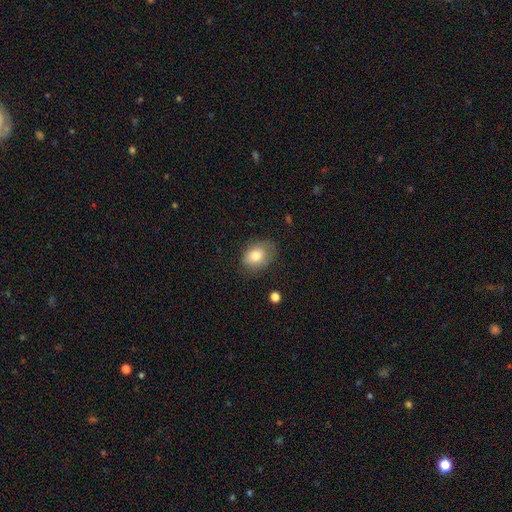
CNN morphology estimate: This appears to be a smooth galaxy with no disk features (77%) that is in between round and cigar-shaped (72%). Merging: none (70%).